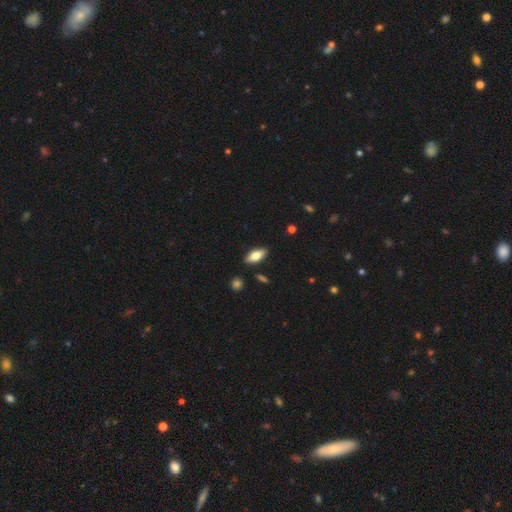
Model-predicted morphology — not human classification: This appears to be a smooth galaxy with no disk features (73%) that is in between round and cigar-shaped (82%). Merging: none (86%).